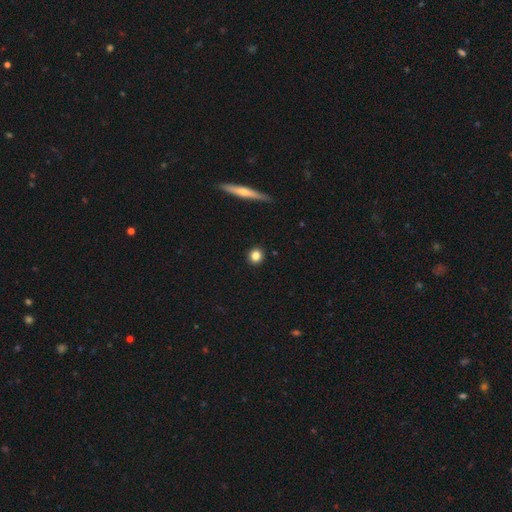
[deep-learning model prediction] A smooth galaxy with no disk features (83%) that is round (91%). Merging: none (92%).